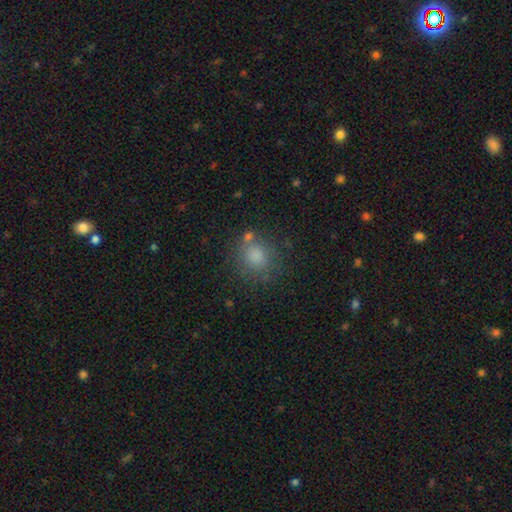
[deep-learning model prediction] Q: Smooth or featured?
A: smooth (80%); runner-up: star or artifact (11%)
Q: How rounded?
A: round (83%); runner-up: in between (16%)
Q: Merging?
A: none (71%); runner-up: minor disturbance (15%)